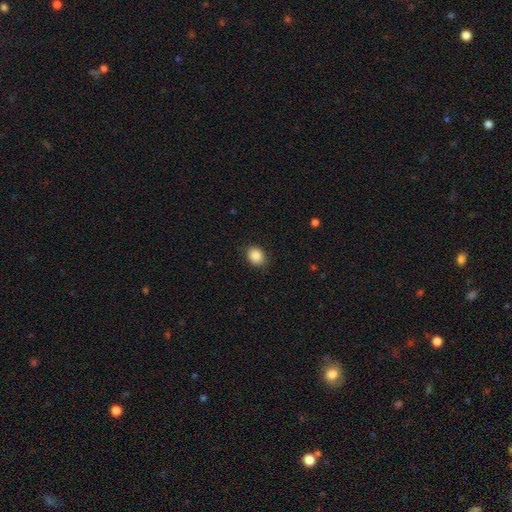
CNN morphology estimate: A smooth galaxy with no disk features (88%) that is round (54%).

Vote fractions:
- Smooth or featured? smooth: 88% / star or artifact: 9% / featured or disk: 3%
- How rounded? round: 54% / in between: 45% / cigar-shaped: 1%
- Merging? none: 86% / minor disturbance: 10% / major disturbance: 3% / merger: 1%